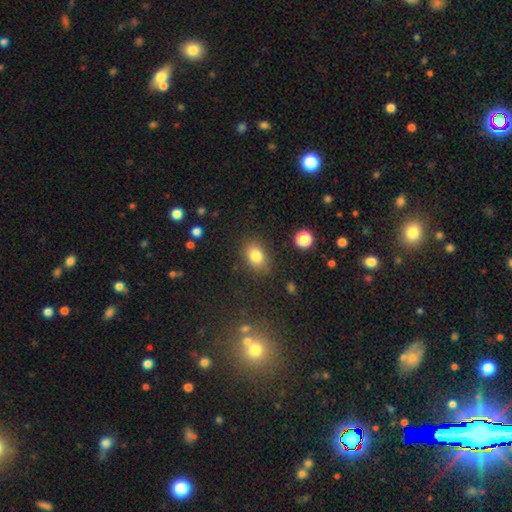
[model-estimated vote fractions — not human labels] This appears to be a smooth galaxy with no disk features (82%) that is in between round and cigar-shaped (72%). Merging: none (82%).